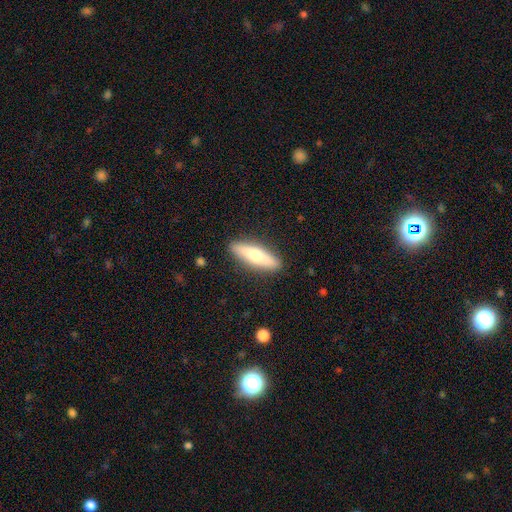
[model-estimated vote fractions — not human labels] The model was most divided on "smooth or featured": smooth: 56%, featured or disk: 38%, star or artifact: 6%. More confident: merging — none (89%); how rounded — cigar-shaped (65%).